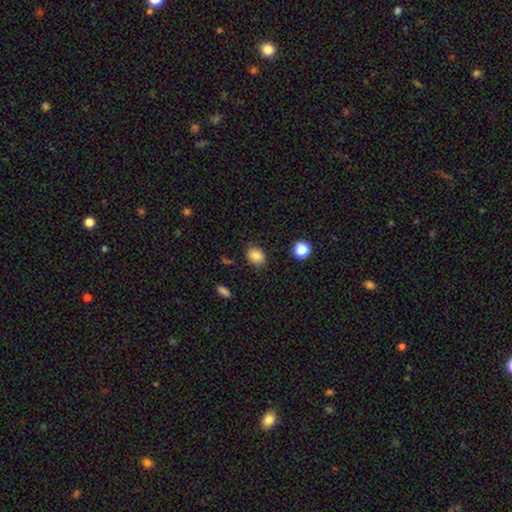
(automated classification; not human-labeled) Smooth or featured? Predicted: smooth (p=0.84). How rounded? Predicted: in between (p=0.50). Merging? Predicted: none (p=0.84).